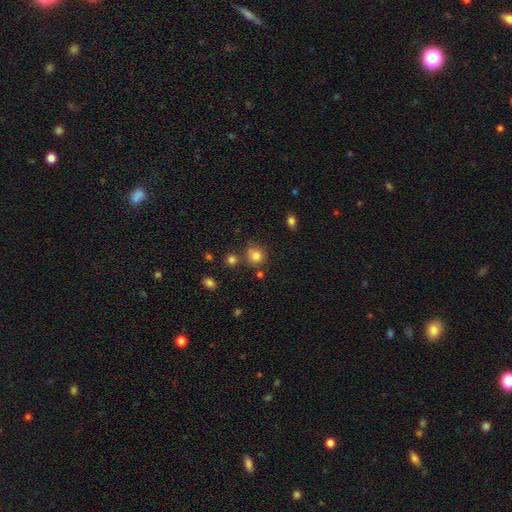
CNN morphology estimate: Smooth or featured: smooth — 81% (star or artifact — 12%)
How rounded: round — 85% (in between — 14%)
Merging: none — 71% (minor disturbance — 14%)